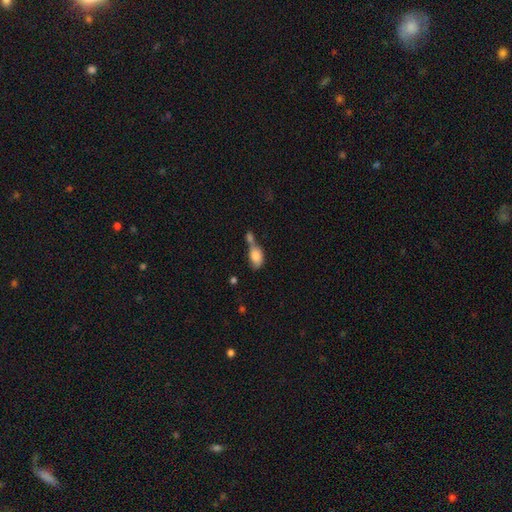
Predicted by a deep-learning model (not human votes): A smooth galaxy with no disk features (80%) that is in between round and cigar-shaped (84%).

Vote fractions:
- Smooth or featured? smooth: 80% / featured or disk: 12% / star or artifact: 8%
- How rounded? in between: 84% / round: 13% / cigar-shaped: 3%
- Merging? merger: 59% / none: 22% / minor disturbance: 12% / major disturbance: 7%